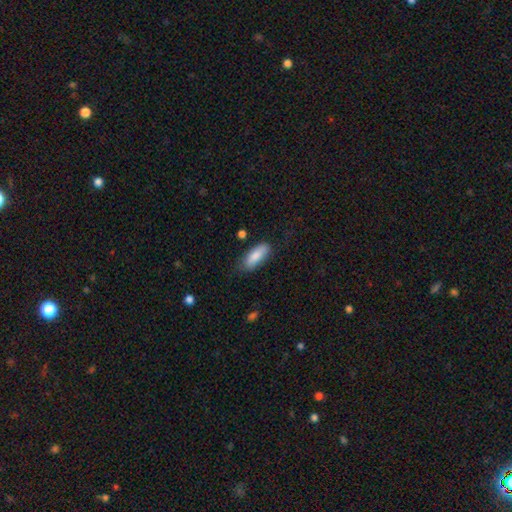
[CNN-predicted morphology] A smooth galaxy with no disk features (85%) that is in between round and cigar-shaped (77%).

Vote fractions:
- Smooth or featured? smooth: 85% / featured or disk: 9% / star or artifact: 6%
- How rounded? in between: 77% / cigar-shaped: 21% / round: 2%
- Merging? none: 73% / minor disturbance: 20% / major disturbance: 5% / merger: 2%